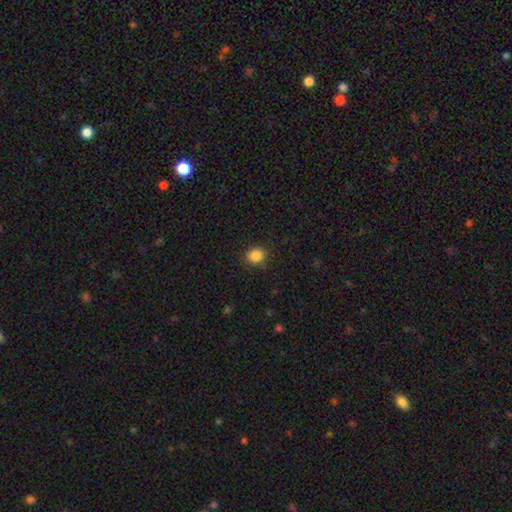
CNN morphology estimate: This is clearly a smooth galaxy (86%). How rounded: likely round (73%). Merging: clearly none (86%).